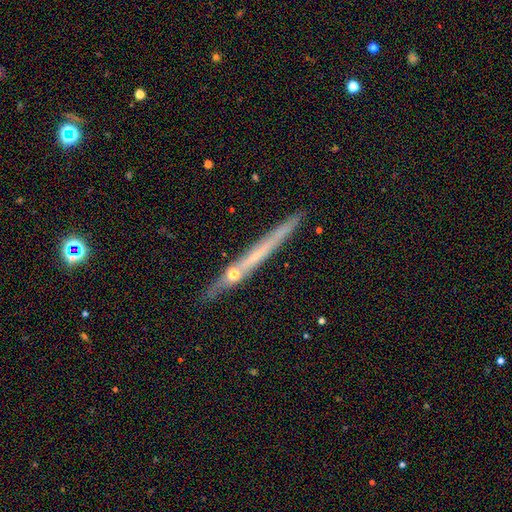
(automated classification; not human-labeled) Smooth or featured? Predicted: featured or disk (p=0.54). Edge-on disk? Predicted: yes (p=0.95). Edge-on bulge? Predicted: none (p=0.78). Merging? Predicted: none (p=0.85).